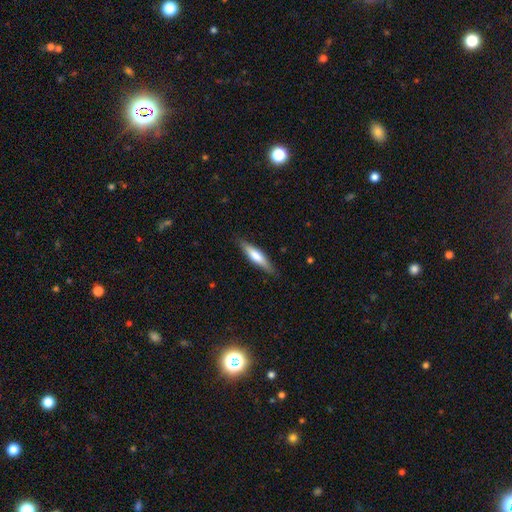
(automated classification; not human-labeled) A smooth galaxy with no disk features (61%) that is cigar-shaped (79%).

Vote fractions:
- Smooth or featured? smooth: 61% / featured or disk: 34% / star or artifact: 5%
- How rounded? cigar-shaped: 79% / in between: 20% / round: 1%
- Merging? none: 86% / minor disturbance: 11% / major disturbance: 2% / merger: 1%